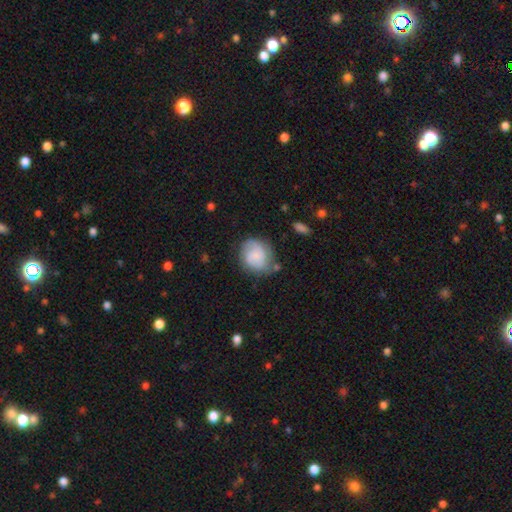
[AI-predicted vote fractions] featured or disk 48%, smooth 45%, star or artifact 8%. Down the decision tree: merging — none (62%).